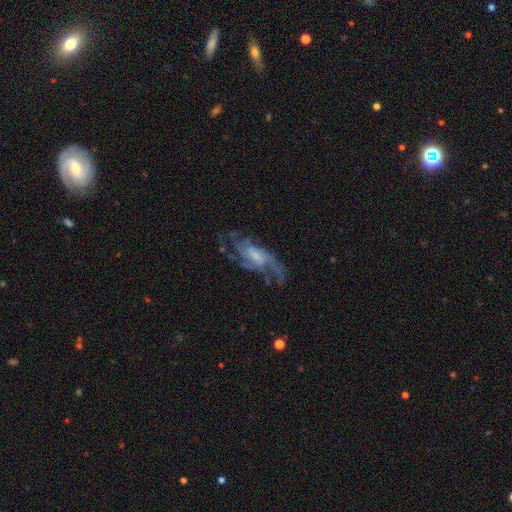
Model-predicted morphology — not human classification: Overall: featured or disk (82%). Edge-on disk: no (93%). Bar: no (59%; weak 34%). Spiral arms: yes (92%). Spiral arm count: can't tell (28%; 4 24%). Spiral winding: medium (44%; loose 29%). Bulge size: small (53%; moderate 27%). Merging: none (57%; major disturbance 22%).